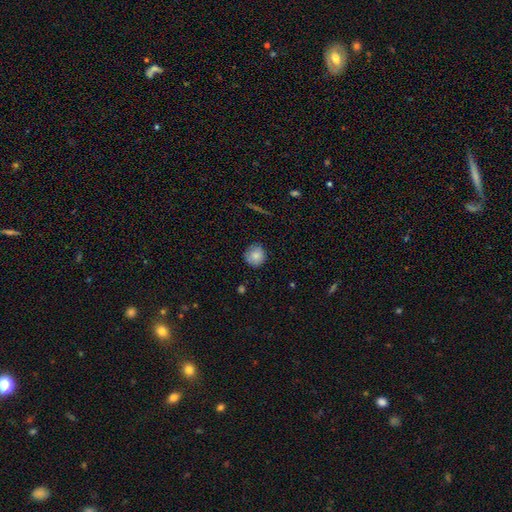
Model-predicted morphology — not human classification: Overall: smooth (82%). How rounded: round (91%). Merging: none (82%).